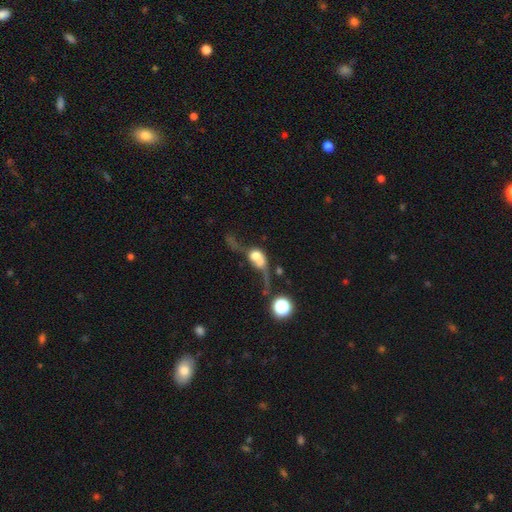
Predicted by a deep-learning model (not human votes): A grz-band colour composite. It shows a featured or disk galaxy (44%). Merging: merger (54%).